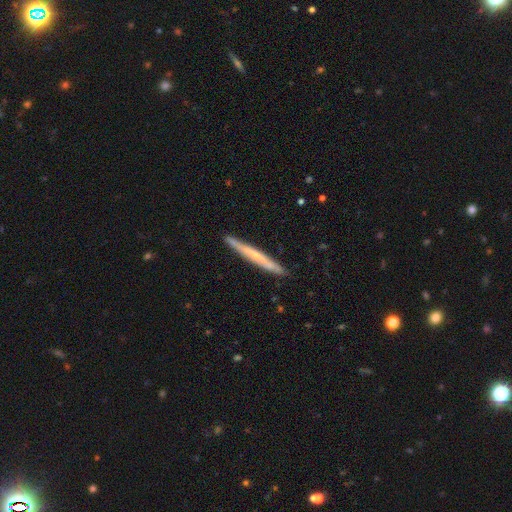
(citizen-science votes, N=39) featured or disk 59%, smooth 33%, star or artifact 8%. Down the decision tree: edge-on disk — yes (96%); edge-on bulge — none (50%); merging — none (89%).